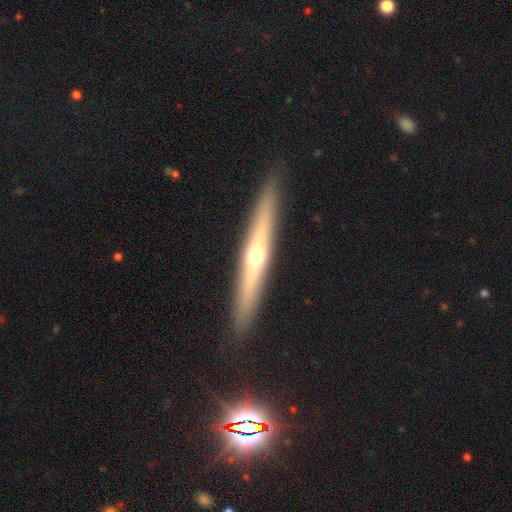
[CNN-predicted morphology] smooth_or_featured: featured or disk (p=0.68) [alt: smooth p=0.26]
disk_edge_on: yes (p=0.95) [alt: no p=0.05]
edge_on_bulge: rounded (p=0.86) [alt: none p=0.12]
merging: none (p=0.91) [alt: minor disturbance p=0.06]